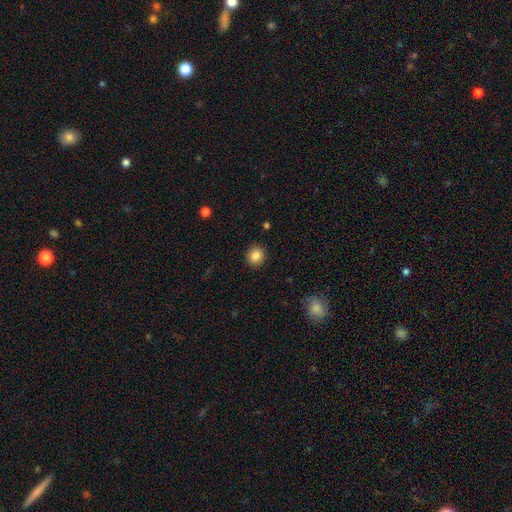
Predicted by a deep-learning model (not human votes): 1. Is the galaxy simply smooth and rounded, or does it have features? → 86% smooth, 9% star or artifact, 5% featured or disk.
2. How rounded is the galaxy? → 85% round, 14% in between, 1% cigar-shaped.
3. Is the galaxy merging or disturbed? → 91% none, 6% minor disturbance, 2% major disturbance, 1% merger.